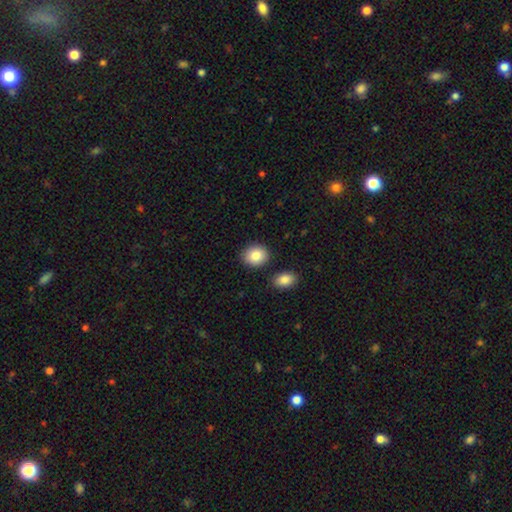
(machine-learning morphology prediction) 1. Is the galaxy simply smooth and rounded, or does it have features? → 86% smooth, 7% star or artifact, 7% featured or disk.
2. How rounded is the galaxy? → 61% round, 38% in between, 1% cigar-shaped.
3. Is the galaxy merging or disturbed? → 85% none, 8% minor disturbance, 5% merger, 2% major disturbance.